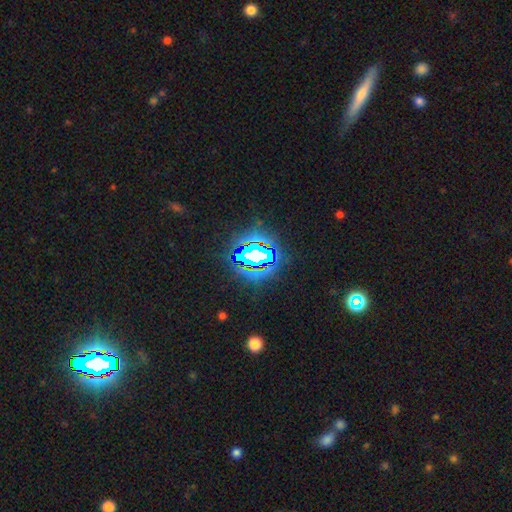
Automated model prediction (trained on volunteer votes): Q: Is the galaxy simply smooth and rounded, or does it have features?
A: star or artifact — 75%.